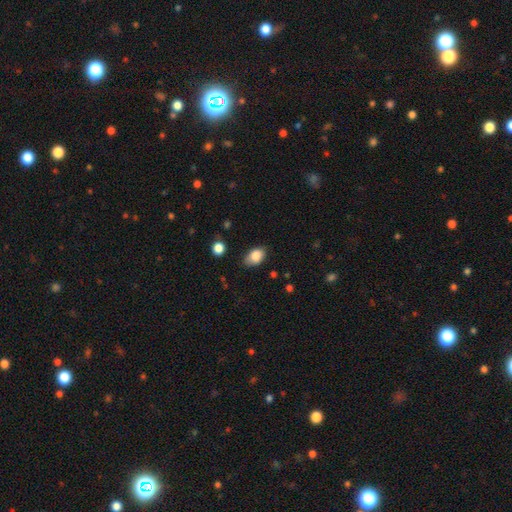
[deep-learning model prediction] The model was most divided on "merging": none: 75%, minor disturbance: 20%, major disturbance: 4%, merger: 2%. More confident: smooth or featured — smooth (85%); how rounded — in between (83%).